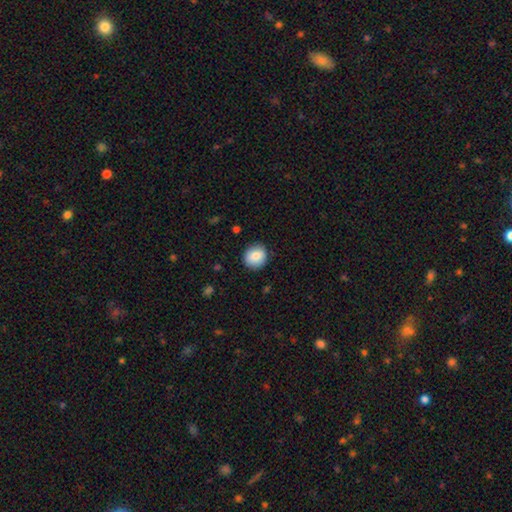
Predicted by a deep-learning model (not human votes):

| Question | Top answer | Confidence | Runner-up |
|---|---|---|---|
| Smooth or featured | smooth | 82% | featured or disk (10%) |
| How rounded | round | 86% | in between (13%) |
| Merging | none | 87% | minor disturbance (9%) |